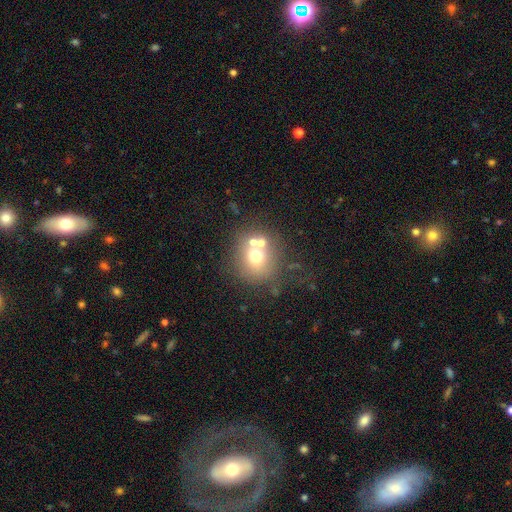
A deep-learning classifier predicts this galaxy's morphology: Q: Smooth or featured?
A: smooth (61%); runner-up: featured or disk (23%)
Q: How rounded?
A: round (83%); runner-up: in between (16%)
Q: Merging?
A: none (54%); runner-up: merger (29%)